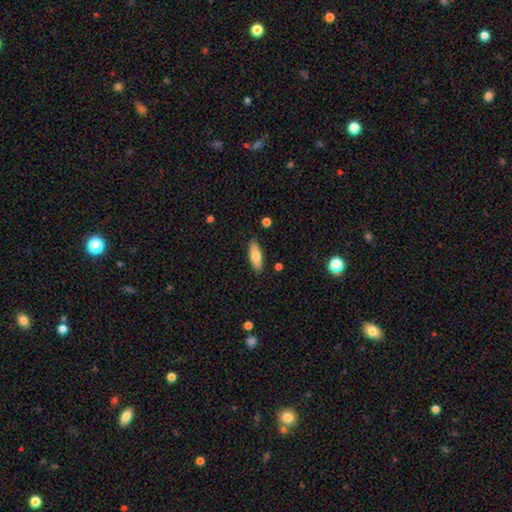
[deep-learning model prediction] smooth 77%, featured or disk 17%, star or artifact 6%. Down the decision tree: how rounded — in between (58%); merging — none (87%).